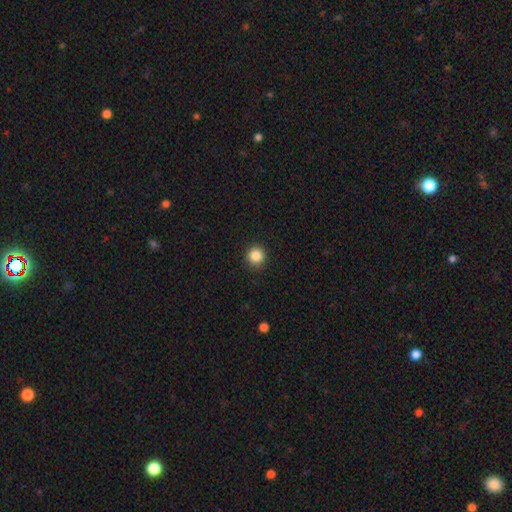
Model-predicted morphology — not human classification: Q: Smooth or featured?
A: smooth (86%); runner-up: star or artifact (10%)
Q: How rounded?
A: round (93%); runner-up: in between (6%)
Q: Merging?
A: none (92%); runner-up: minor disturbance (6%)